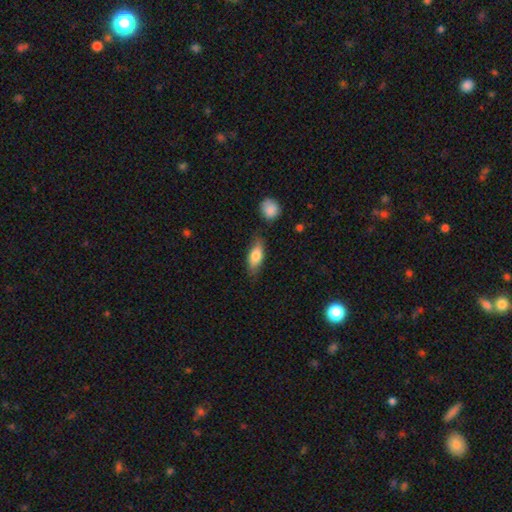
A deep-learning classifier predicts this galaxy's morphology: Smooth or featured? Predicted: smooth (p=0.76). How rounded? Predicted: in between (p=0.76). Merging? Predicted: none (p=0.74).